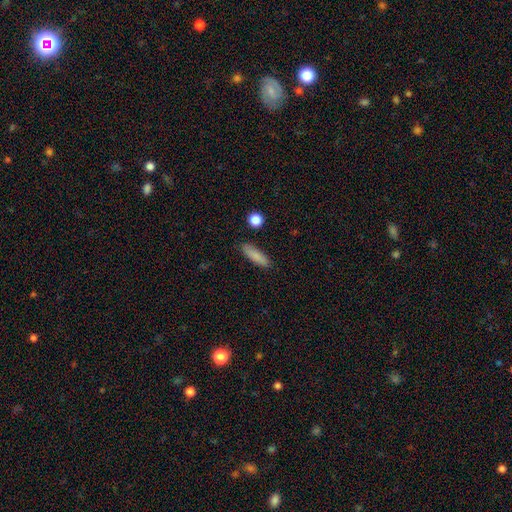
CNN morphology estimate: Smooth or featured? Predicted: smooth (p=0.85). How rounded? Predicted: cigar-shaped (p=0.61). Merging? Predicted: none (p=0.87).